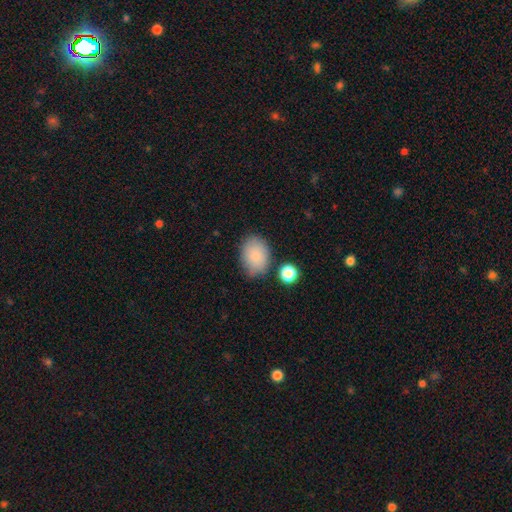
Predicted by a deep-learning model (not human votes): Smooth or featured? Predicted: smooth (p=0.85). How rounded? Predicted: in between (p=0.74). Merging? Predicted: none (p=0.74).